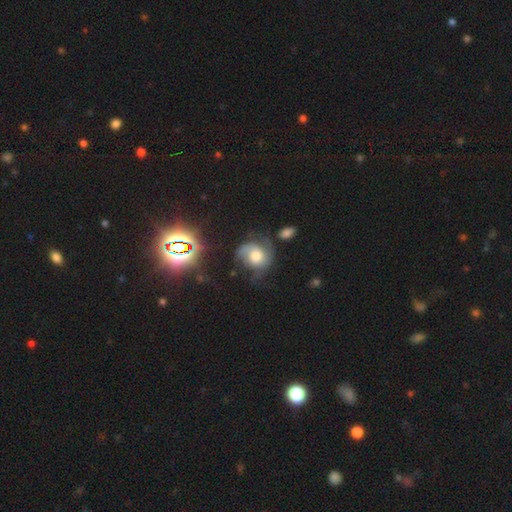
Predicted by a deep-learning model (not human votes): featured or disk 57%, smooth 31%, star or artifact 11%. Down the decision tree: edge-on disk — no (97%); bar — no (74%); spiral arms — yes (85%); bulge size — moderate (47%); merging — none (45%).